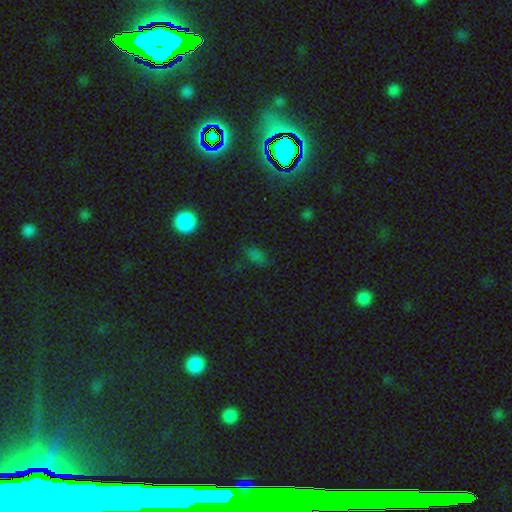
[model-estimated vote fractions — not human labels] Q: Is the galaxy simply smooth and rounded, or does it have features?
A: smooth — 62%.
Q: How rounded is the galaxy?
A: in between — 82%.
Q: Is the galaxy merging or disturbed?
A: none — 70%.